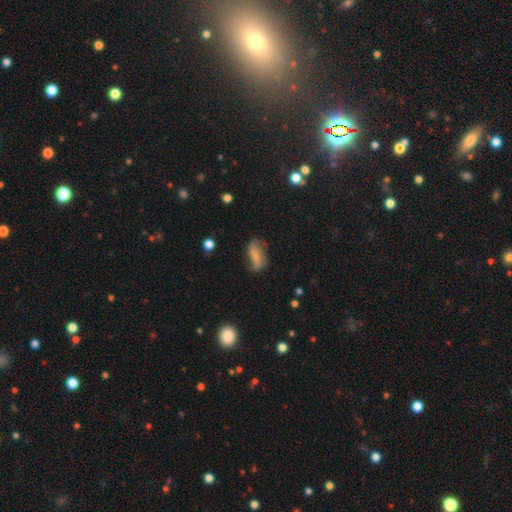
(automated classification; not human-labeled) Smooth or featured? featured or disk (48%)
Merging? none (53%)